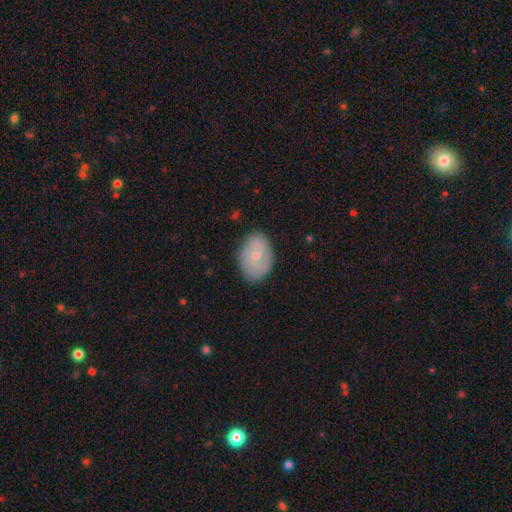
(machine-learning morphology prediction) Smooth or featured: featured or disk — 48% (smooth — 45%)
Merging: none — 81% (minor disturbance — 15%)